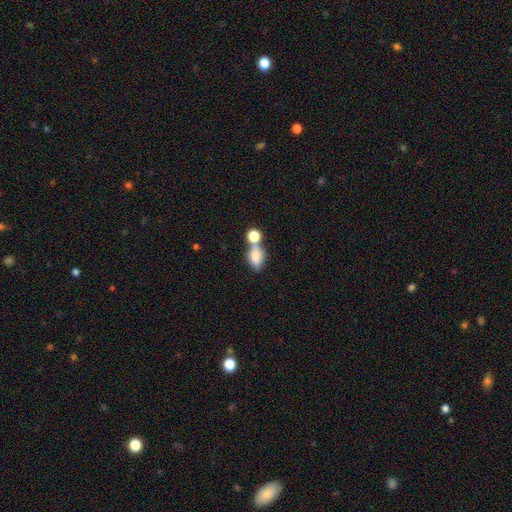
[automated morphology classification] This is likely a smooth galaxy (71%). How rounded: likely in between (75%). Merging: marginally merger (41%).